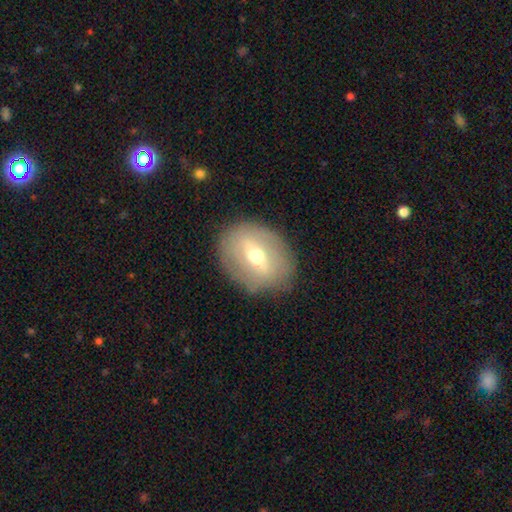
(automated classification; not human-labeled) A featured or disk galaxy (57%).

Vote fractions:
- Smooth or featured? featured or disk: 57% / smooth: 34% / star or artifact: 9%
- Edge-on disk? no: 85% / yes: 15%
- Merging? none: 85% / minor disturbance: 11% / major disturbance: 4% / merger: 1%